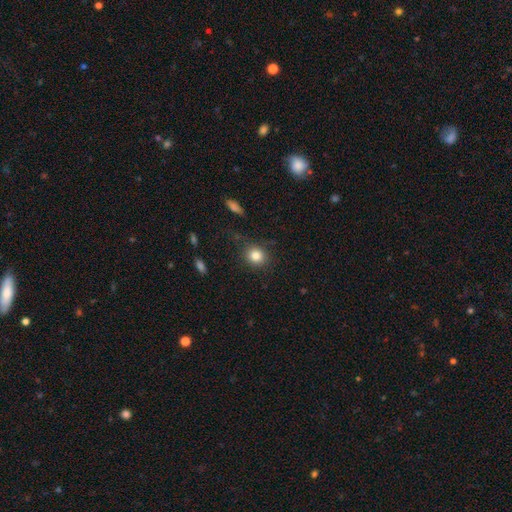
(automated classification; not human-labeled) A smooth galaxy with no disk features (83%) that is round (79%).

Vote fractions:
- Smooth or featured? smooth: 83% / star or artifact: 10% / featured or disk: 6%
- How rounded? round: 79% / in between: 20% / cigar-shaped: 1%
- Merging? none: 82% / minor disturbance: 12% / major disturbance: 4% / merger: 2%